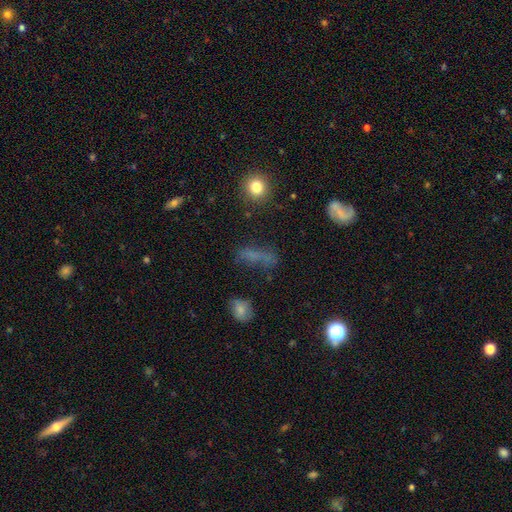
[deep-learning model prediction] smooth_or_featured: smooth (p=0.50) [alt: star or artifact p=0.27]
how_rounded: in between (p=0.44) [alt: cigar-shaped p=0.41]
merging: none (p=0.55) [alt: minor disturbance p=0.20]